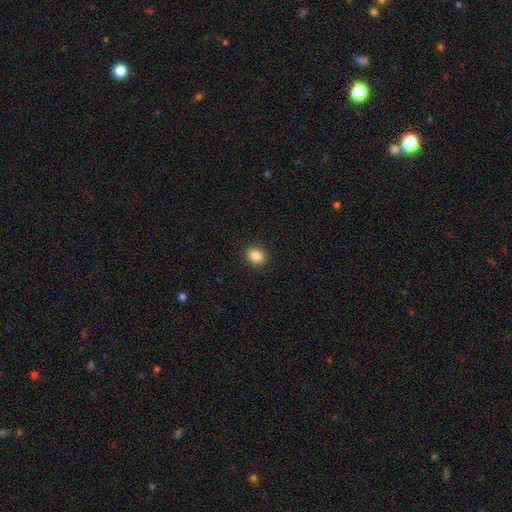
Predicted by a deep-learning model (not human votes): A smooth galaxy with no disk features (86%) that is round (55%). Merging: none (90%).